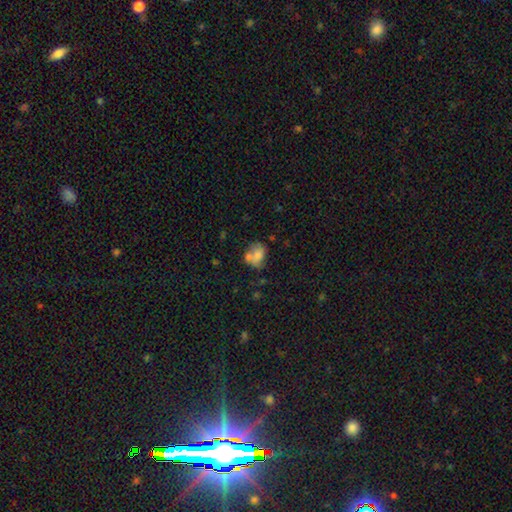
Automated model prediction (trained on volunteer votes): Overall: smooth (69%). How rounded: in between (57%; round 42%). Merging: none (38%; merger 33%).